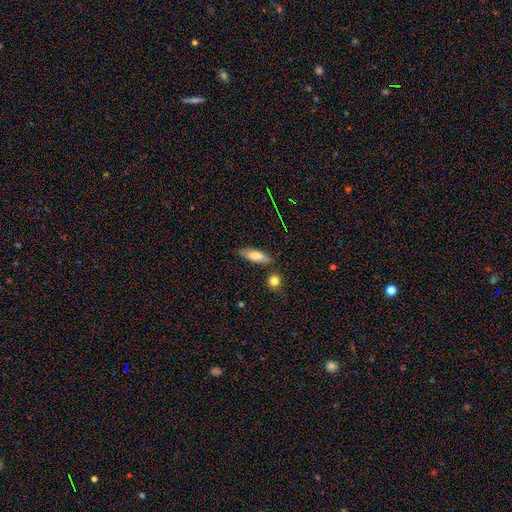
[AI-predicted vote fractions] smooth 74%, featured or disk 19%, star or artifact 7%. Down the decision tree: how rounded — in between (62%); merging — none (80%).